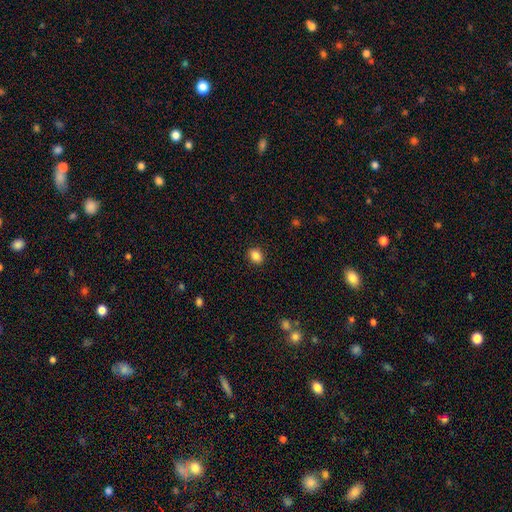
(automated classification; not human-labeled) The model was most divided on "how rounded": in between: 60%, round: 39%, cigar-shaped: 1%. More confident: merging — none (90%); smooth or featured — smooth (86%).